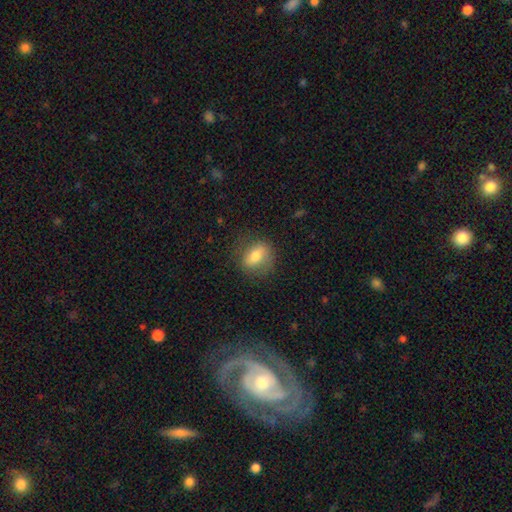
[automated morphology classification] A smooth galaxy with no disk features (69%) that is in between round and cigar-shaped (62%).

Vote fractions:
- Smooth or featured? smooth: 69% / featured or disk: 22% / star or artifact: 9%
- How rounded? in between: 62% / round: 35% / cigar-shaped: 3%
- Merging? none: 74% / minor disturbance: 17% / major disturbance: 7% / merger: 1%